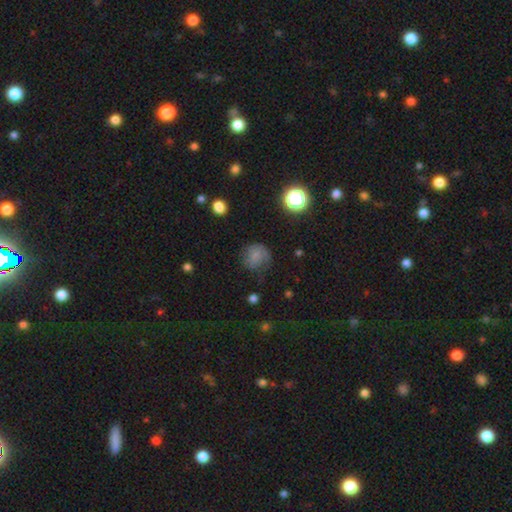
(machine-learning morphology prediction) This appears to be a smooth galaxy with no disk features (68%) that is round (80%). Merging: none (57%).